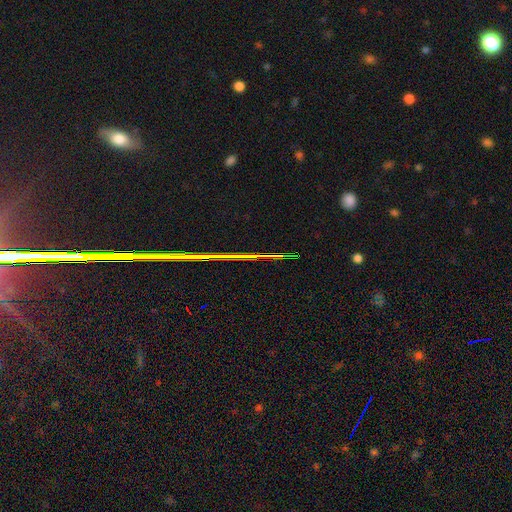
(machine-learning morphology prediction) A star or artifact, not a galaxy (79%).